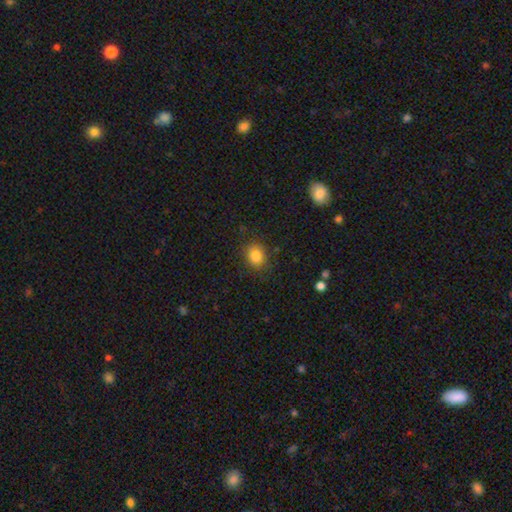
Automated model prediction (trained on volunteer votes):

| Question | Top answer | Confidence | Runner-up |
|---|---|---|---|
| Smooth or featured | smooth | 84% | star or artifact (11%) |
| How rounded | round | 60% | in between (39%) |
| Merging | none | 84% | minor disturbance (11%) |